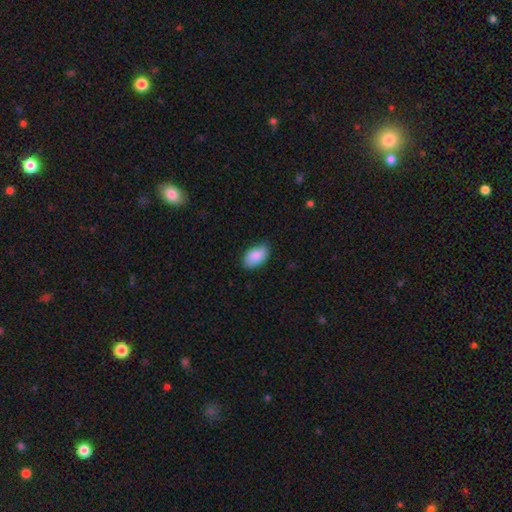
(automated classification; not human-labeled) This is clearly a smooth galaxy (88%). How rounded: clearly in between (94%). Merging: likely none (80%).